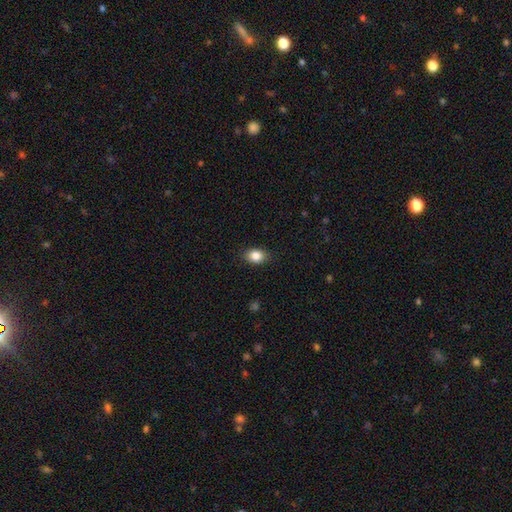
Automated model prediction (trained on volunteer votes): smooth 85%, star or artifact 9%, featured or disk 6%. Down the decision tree: how rounded — in between (70%); merging — none (85%).